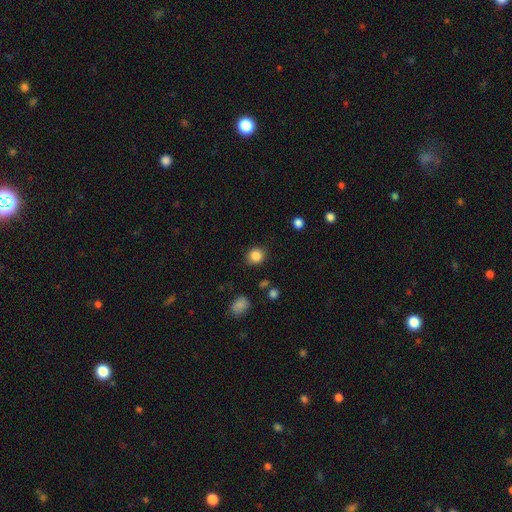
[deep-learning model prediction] smooth-or-featured: smooth: 85% | star or artifact: 10% | featured or disk: 5%
  how-rounded: round: 76% | in between: 23% | cigar-shaped: 1%
  merging: none: 85% | minor disturbance: 10% | major disturbance: 3% | merger: 2%